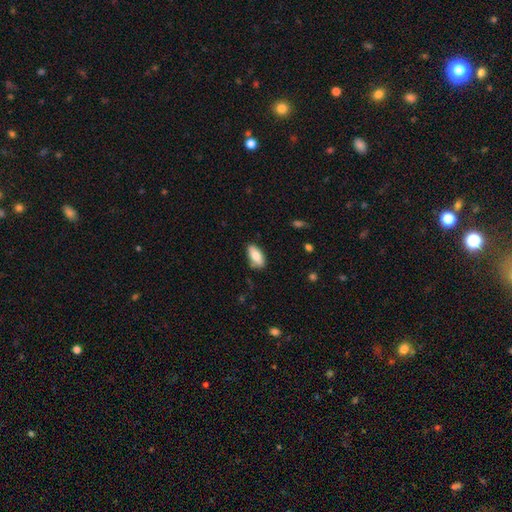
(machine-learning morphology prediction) Smooth or featured: smooth — 77% (featured or disk — 16%)
How rounded: in between — 90% (cigar-shaped — 8%)
Merging: none — 78% (minor disturbance — 17%)